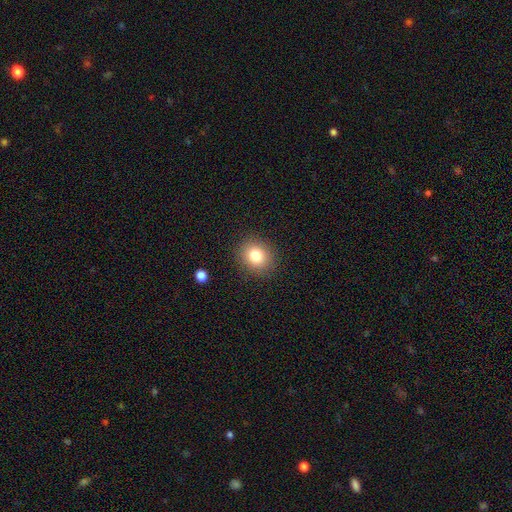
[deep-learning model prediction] smooth_or_featured: smooth (p=0.81) [alt: star or artifact p=0.11]
how_rounded: round (p=0.72) [alt: in between p=0.27]
merging: none (p=0.88) [alt: minor disturbance p=0.08]